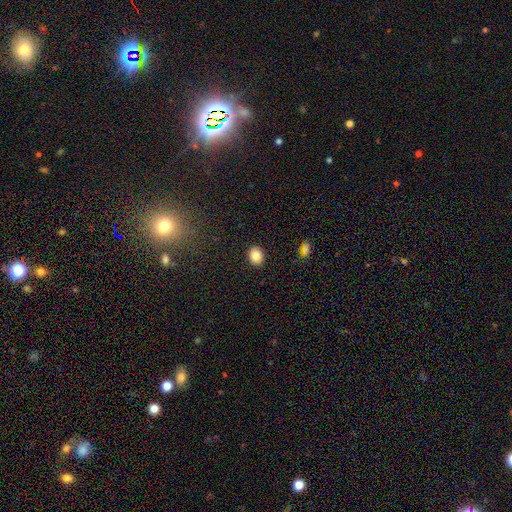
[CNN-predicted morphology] This appears to be a smooth galaxy with no disk features (85%) that is round (56%). Merging: none (90%).